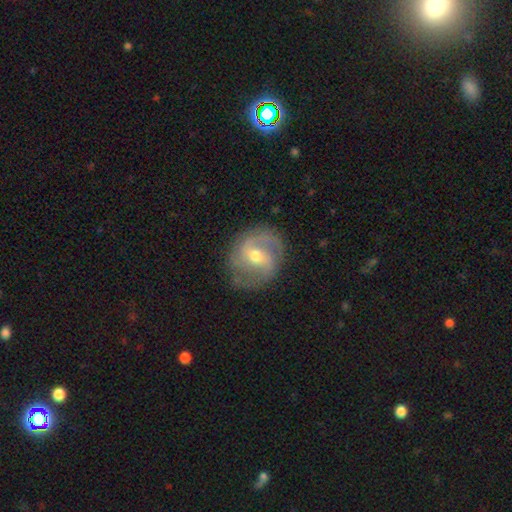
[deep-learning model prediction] A featured or disk galaxy (79%) with a weak bar (52%), 2 (75%) medium (49%) spiral arms (91%) and a moderate central bulge (68%).

Vote fractions:
- Smooth or featured? featured or disk: 79% / smooth: 15% / star or artifact: 6%
- Edge-on disk? no: 97% / yes: 3%
- Bar? weak: 52% / no: 27% / strong: 21%
- Spiral arms? yes: 91% / no: 9%
- Spiral winding? medium: 49% / loose: 25% / tight: 25%
- Spiral arm count? 2: 75% / can't tell: 10% / 3: 8% / 1: 4% / 4: 2% / more than 4: 2%
- Bulge size? moderate: 68% / small: 26% / large: 4% / none: 1% / dominant: 1%
- Merging? none: 77% / minor disturbance: 16% / major disturbance: 6% / merger: 1%